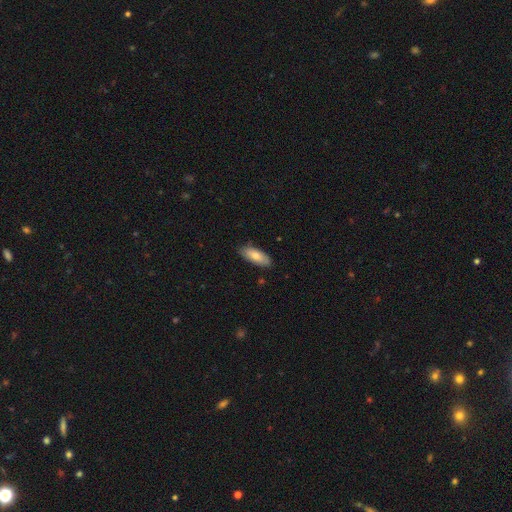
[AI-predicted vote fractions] Smooth or featured? Predicted: smooth (p=0.76). How rounded? Predicted: in between (p=0.77). Merging? Predicted: none (p=0.85).